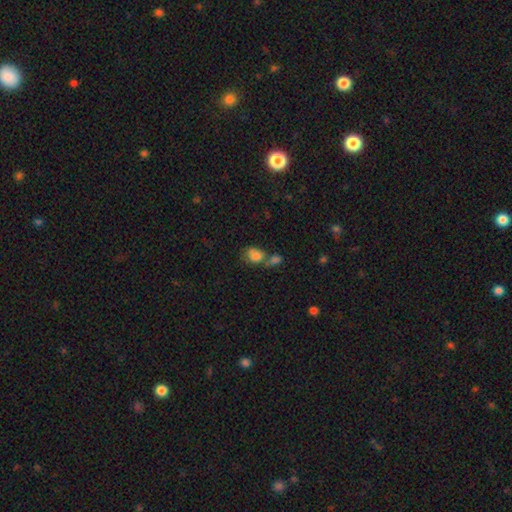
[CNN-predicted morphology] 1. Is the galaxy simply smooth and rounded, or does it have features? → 80% smooth, 10% featured or disk, 10% star or artifact.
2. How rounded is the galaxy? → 59% in between, 39% round, 1% cigar-shaped.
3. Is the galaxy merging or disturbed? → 48% merger, 33% none, 13% minor disturbance, 7% major disturbance.